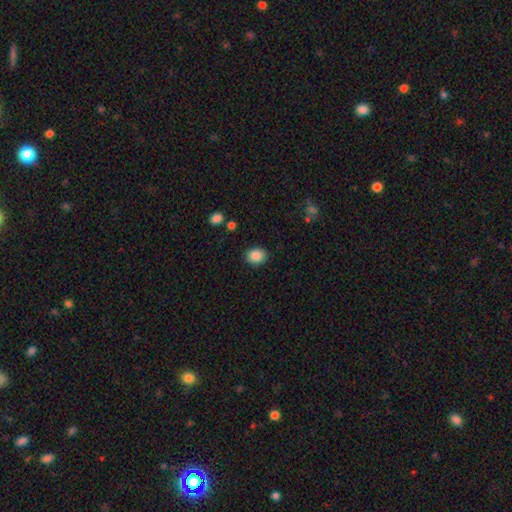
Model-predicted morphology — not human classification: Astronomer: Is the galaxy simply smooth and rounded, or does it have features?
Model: smooth — 87%.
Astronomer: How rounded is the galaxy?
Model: round — 58% (runner-up: in between, 41%).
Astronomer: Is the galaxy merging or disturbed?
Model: none — 87%.